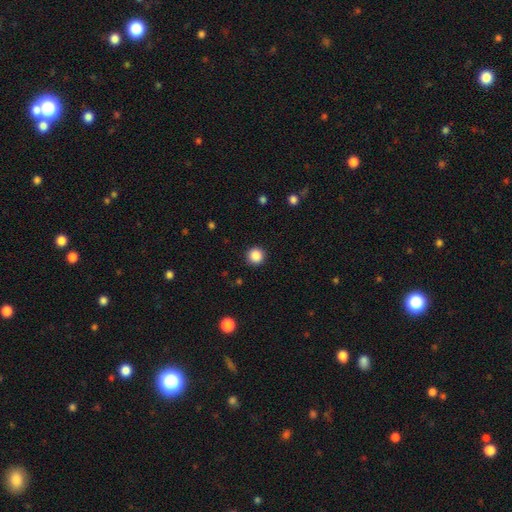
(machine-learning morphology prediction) This appears to be a smooth galaxy with no disk features (87%) that is round (95%). Merging: none (92%).